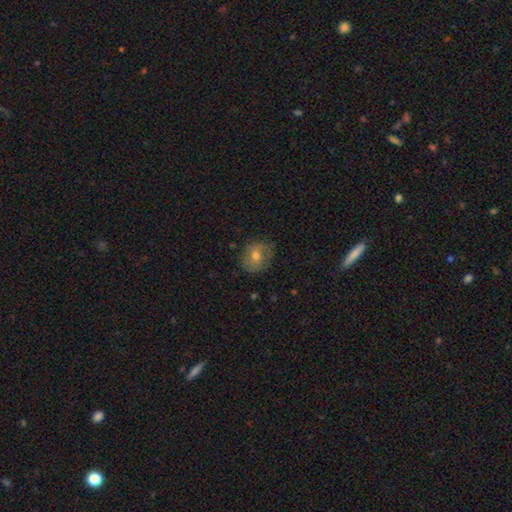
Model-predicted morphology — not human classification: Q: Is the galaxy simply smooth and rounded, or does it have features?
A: smooth — 56%.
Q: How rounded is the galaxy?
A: round — 71%.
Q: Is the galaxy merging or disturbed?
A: none — 74%.